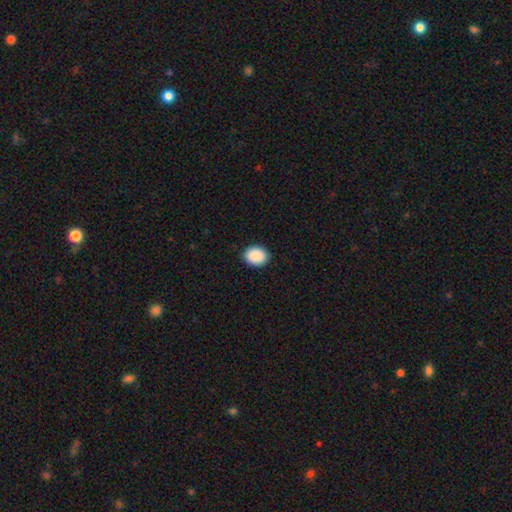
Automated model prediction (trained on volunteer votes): The model was most divided on "how rounded": in between: 55%, round: 44%, cigar-shaped: 1%. More confident: merging — none (91%); smooth or featured — smooth (90%).